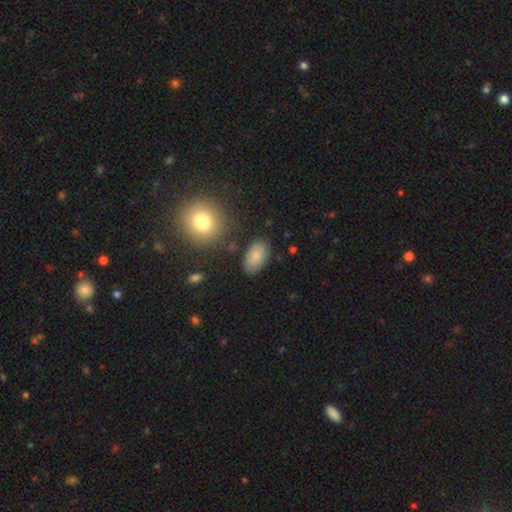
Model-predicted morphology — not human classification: smooth 81%, featured or disk 11%, star or artifact 8%. Down the decision tree: how rounded — in between (94%); merging — none (80%).